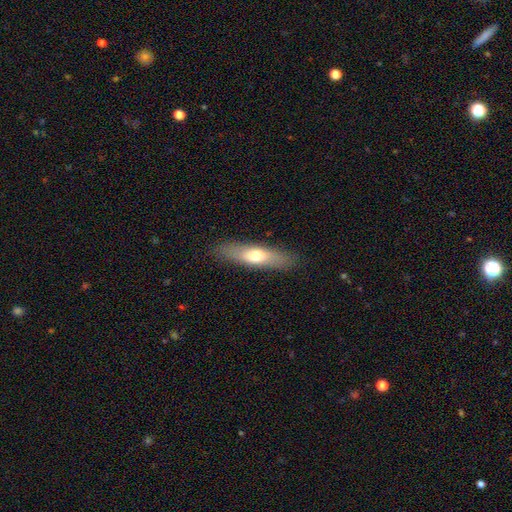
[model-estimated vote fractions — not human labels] Morphology: type=smooth (61%); roundness=cigar-shaped (68%); merging=none (87%).